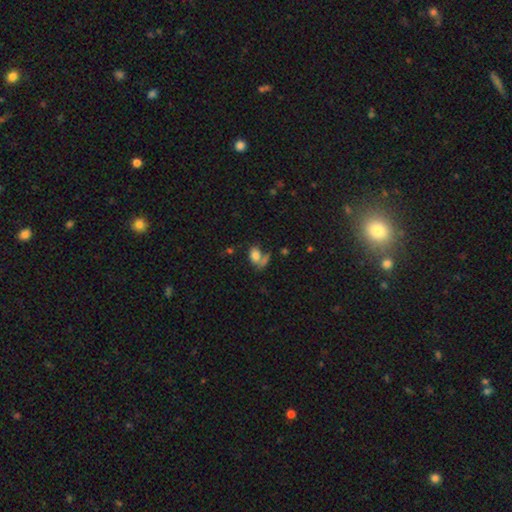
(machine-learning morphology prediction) Smooth or featured?
  - smooth: 73% *
  - featured or disk: 15%
  - star or artifact: 12%
How rounded?
  - in between: 77% *
  - round: 20%
  - cigar-shaped: 3%
Merging?
  - none: 40% *
  - merger: 32%
  - major disturbance: 14%
  - minor disturbance: 14%